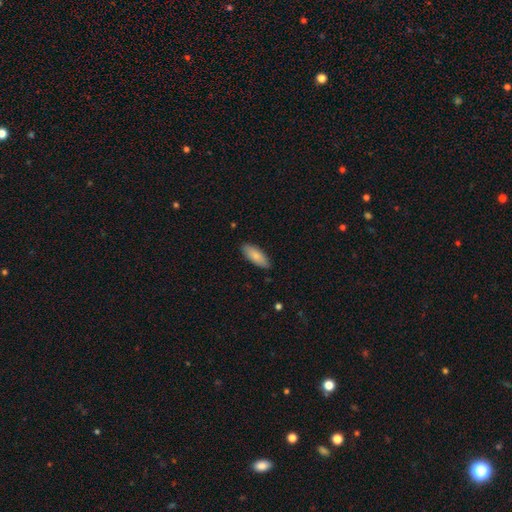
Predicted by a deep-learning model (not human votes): Overall: smooth (83%). How rounded: in between (74%). Merging: none (88%).